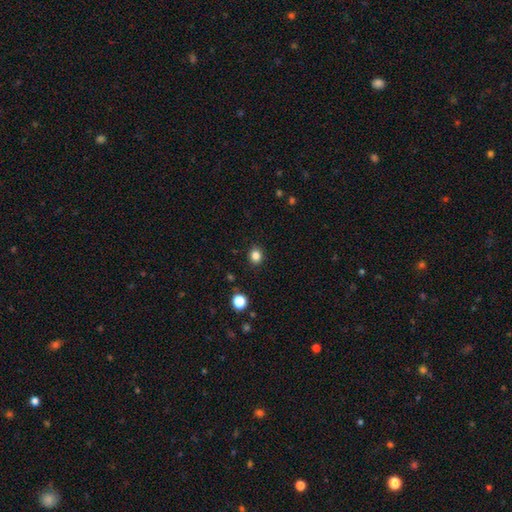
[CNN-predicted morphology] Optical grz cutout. It shows a smooth galaxy with no disk features (83%) that is round (71%). Merging: none (90%).